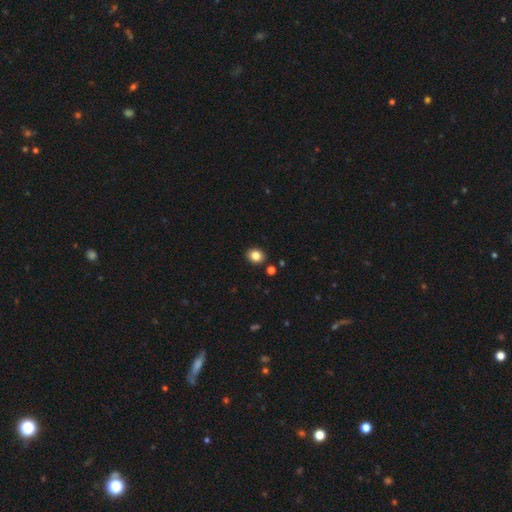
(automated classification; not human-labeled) smooth_or_featured: smooth (p=0.84) [alt: star or artifact p=0.10]
how_rounded: round (p=0.59) [alt: in between p=0.40]
merging: none (p=0.89) [alt: minor disturbance p=0.07]